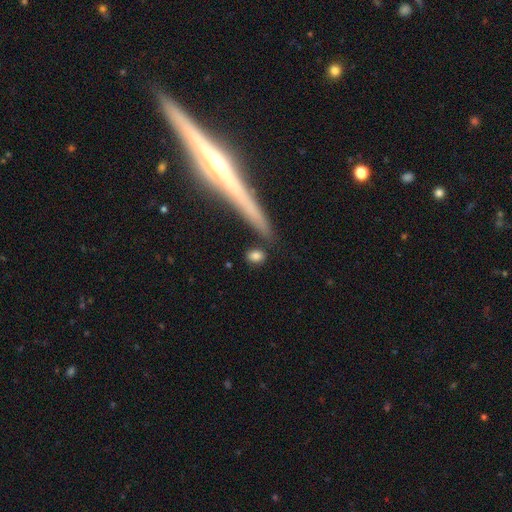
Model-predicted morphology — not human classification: A smooth galaxy with no disk features (81%) that is in between round and cigar-shaped (67%). Merging: none (77%).